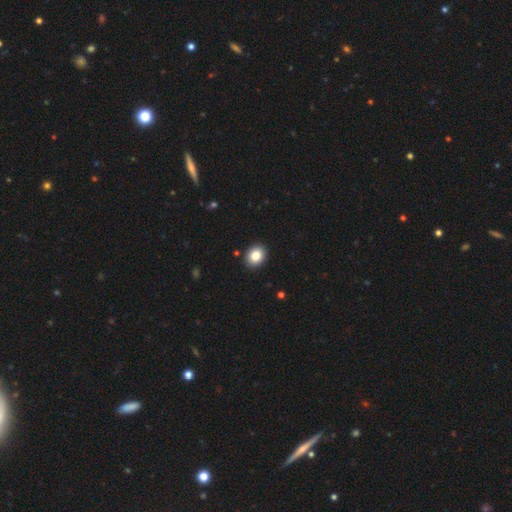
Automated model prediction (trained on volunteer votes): A smooth galaxy with no disk features (86%) that is round (53%). Merging: none (91%).